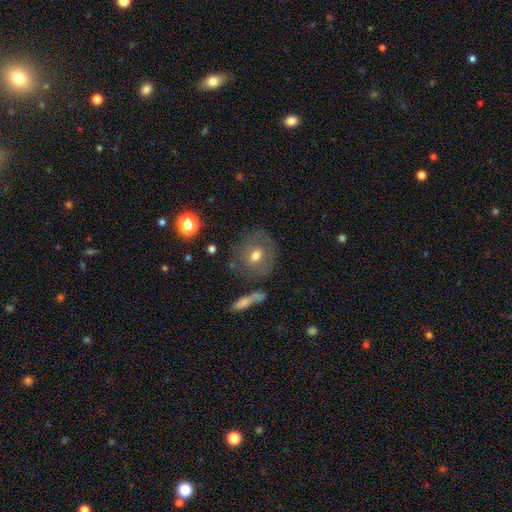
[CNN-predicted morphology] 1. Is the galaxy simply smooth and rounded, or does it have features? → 55% smooth, 34% featured or disk, 11% star or artifact.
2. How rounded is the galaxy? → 73% round, 26% in between, 2% cigar-shaped.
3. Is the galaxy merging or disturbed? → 70% none, 17% minor disturbance, 9% major disturbance, 4% merger.